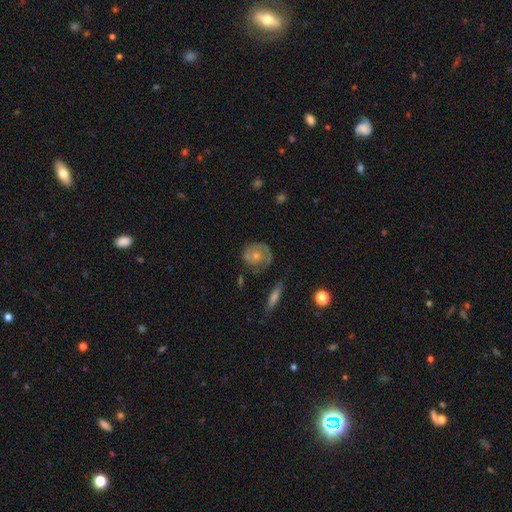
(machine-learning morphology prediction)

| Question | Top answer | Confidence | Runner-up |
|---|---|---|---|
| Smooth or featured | featured or disk | 59% | smooth (35%) |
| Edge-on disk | no | 96% | yes (4%) |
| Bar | no | 81% | weak (16%) |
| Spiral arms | yes | 73% | no (27%) |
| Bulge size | small | 45% | tied: moderate (45%) |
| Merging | none | 61% | minor disturbance (22%) |